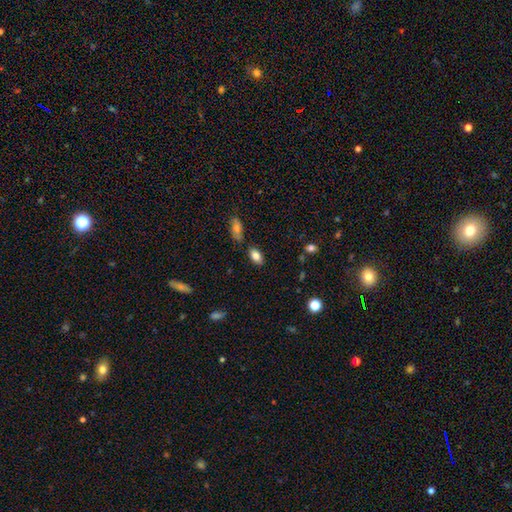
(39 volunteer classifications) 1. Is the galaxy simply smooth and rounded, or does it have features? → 87% smooth, 10% featured or disk, 3% star or artifact.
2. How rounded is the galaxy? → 94% in between, 3% round, 3% cigar-shaped.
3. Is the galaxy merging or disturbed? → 76% none, 18% minor disturbance, 5% merger, 0% major disturbance.